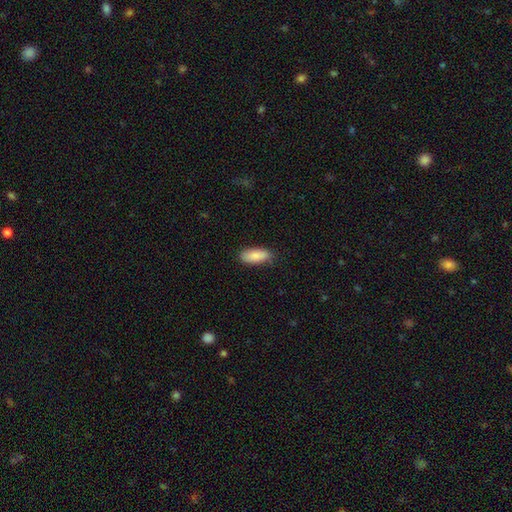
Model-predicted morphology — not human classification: type=smooth (86%); roundness=in between (84%); merging=none (81%).